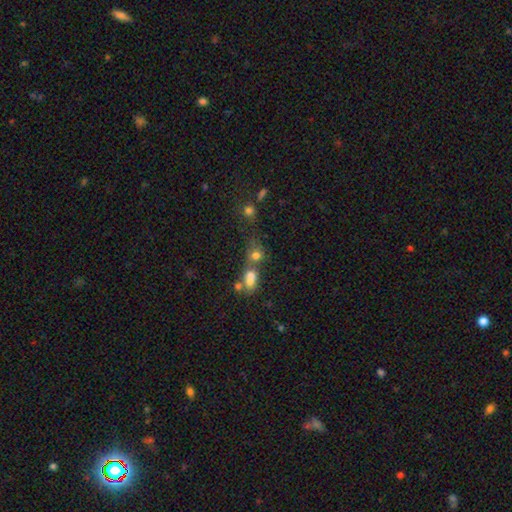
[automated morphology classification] smooth-or-featured: smooth: 67% | star or artifact: 17% | featured or disk: 16%
  how-rounded: round: 69% | in between: 29% | cigar-shaped: 2%
  merging: merger: 51% | none: 33% | minor disturbance: 9% | major disturbance: 7%